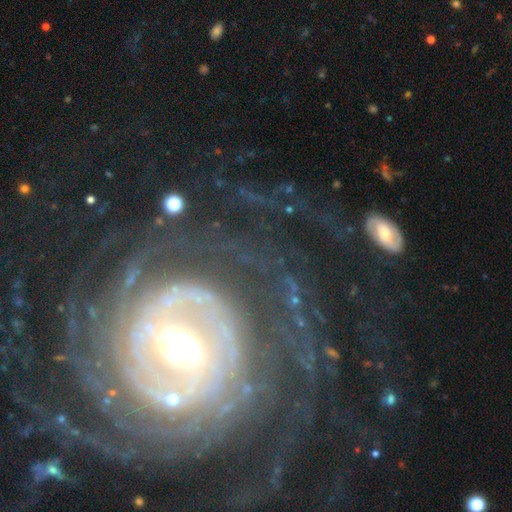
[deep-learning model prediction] smooth-or-featured: featured or disk: 85% | star or artifact: 8% | smooth: 7%
  disk-edge-on: no: 96% | yes: 4%
    bar: no: 46% | weak: 30% | strong: 24%
    has-spiral-arms: yes: 88% | no: 12%
      spiral-winding: tight: 61% | medium: 26% | loose: 12%
      spiral-arm-count: can't tell: 32% | 2: 21% | 3: 14% | more than 4: 12% | 4: 12% | 1: 10%
    bulge-size: moderate: 57% | large: 26% | small: 11% | dominant: 4% | none: 2%
  merging: none: 64% | major disturbance: 19% | minor disturbance: 14% | merger: 3%